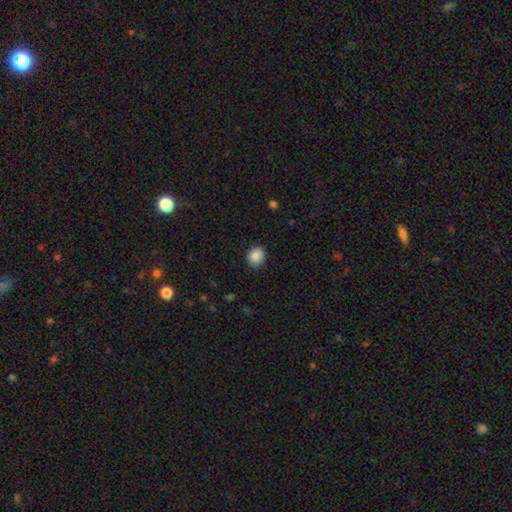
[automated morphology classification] The model was most divided on "how rounded": round: 68%, in between: 31%, cigar-shaped: 1%. More confident: merging — none (89%); smooth or featured — smooth (88%).